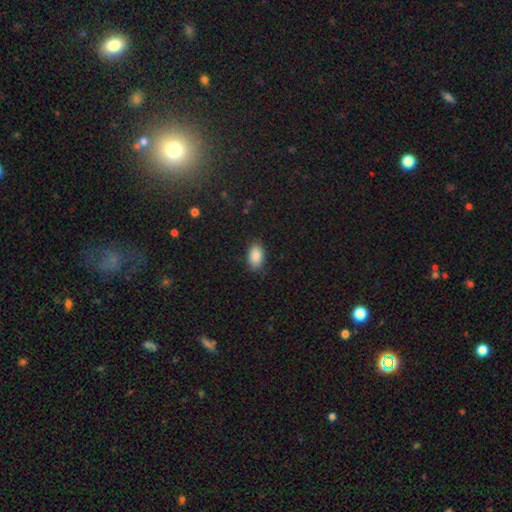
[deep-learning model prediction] This is clearly a smooth galaxy (88%). How rounded: clearly in between (92%). Merging: clearly none (85%).